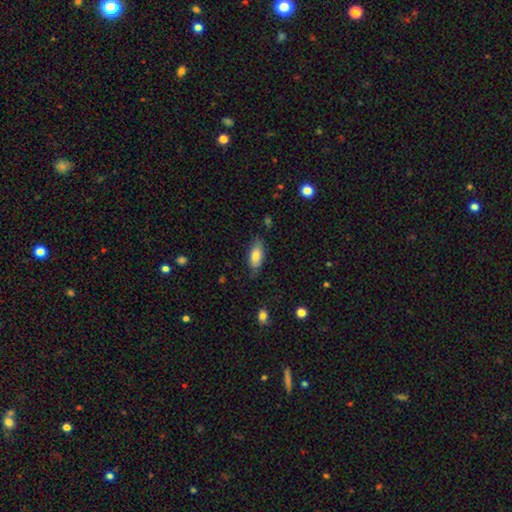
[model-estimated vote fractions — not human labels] Smooth or featured: smooth — 81% (featured or disk — 12%)
How rounded: in between — 86% (cigar-shaped — 12%)
Merging: none — 73% (minor disturbance — 21%)